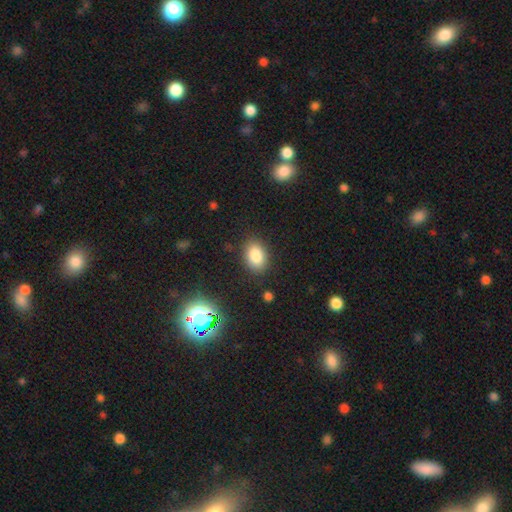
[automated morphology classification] smooth 83%, star or artifact 11%, featured or disk 6%. Down the decision tree: how rounded — in between (80%); merging — none (85%).